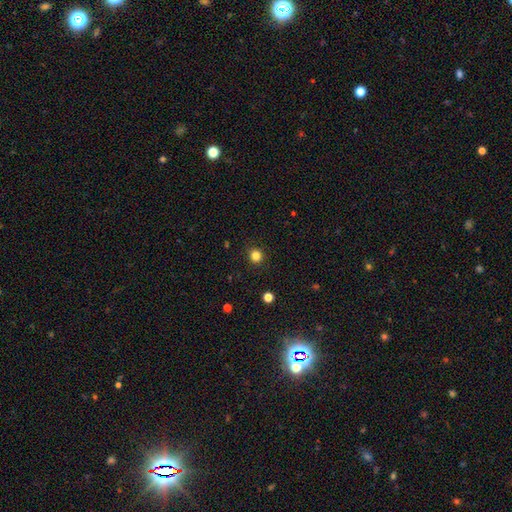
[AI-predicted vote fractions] smooth_or_featured: smooth (p=0.83) [alt: star or artifact p=0.13]
how_rounded: round (p=0.91) [alt: in between p=0.08]
merging: none (p=0.91) [alt: minor disturbance p=0.06]